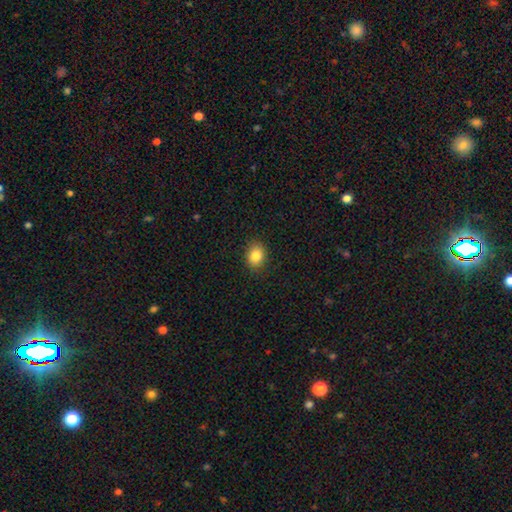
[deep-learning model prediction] Smooth or featured? smooth (85%)
How rounded? in between (55%)
Merging? none (88%)